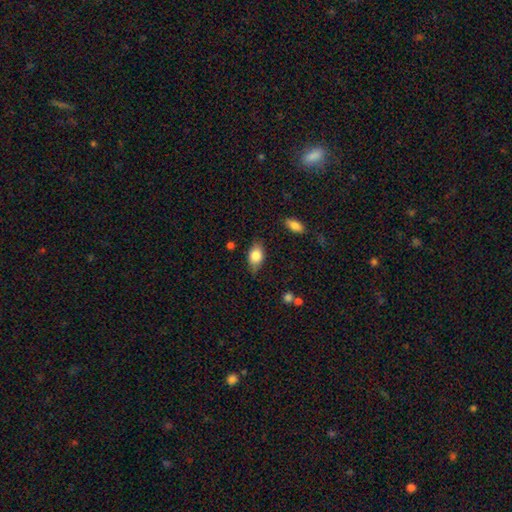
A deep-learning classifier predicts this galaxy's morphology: Smooth or featured? smooth (80%)
How rounded? in between (85%)
Merging? none (75%)